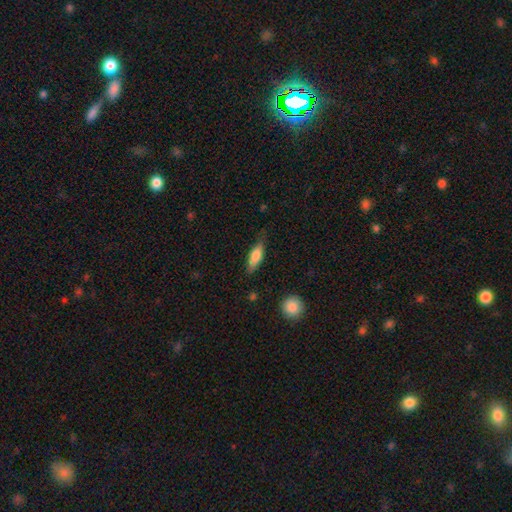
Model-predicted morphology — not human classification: This appears to be a smooth galaxy with no disk features (73%) that is in between round and cigar-shaped (55%). Merging: none (72%).